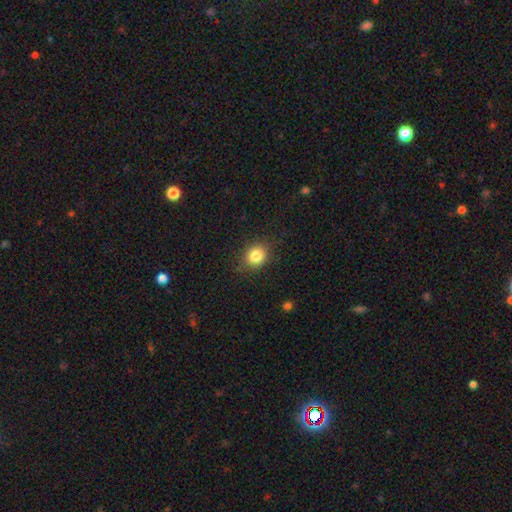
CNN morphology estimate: Smooth or featured?
  - smooth: 84% *
  - star or artifact: 10%
  - featured or disk: 6%
How rounded?
  - round: 71% *
  - in between: 28%
  - cigar-shaped: 1%
Merging?
  - none: 86% *
  - minor disturbance: 10%
  - major disturbance: 3%
  - merger: 1%